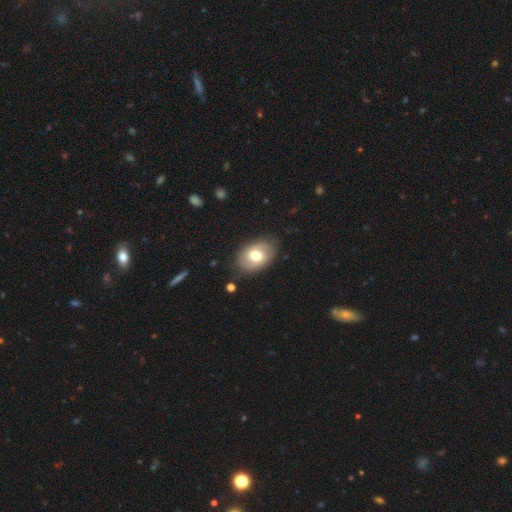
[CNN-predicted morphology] This appears to be a smooth galaxy with no disk features (68%) that is in between round and cigar-shaped (81%). Merging: none (80%).